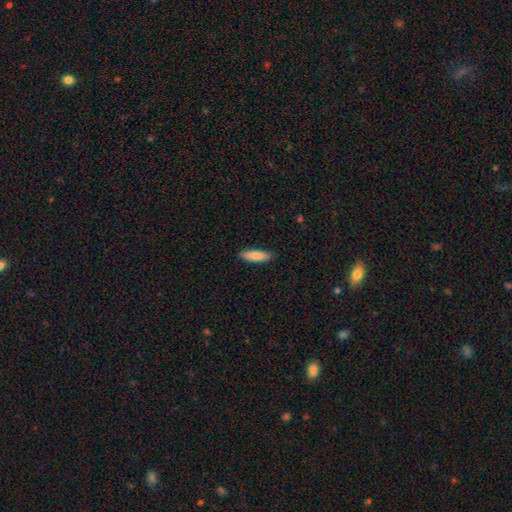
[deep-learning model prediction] Overall: smooth (85%). How rounded: cigar-shaped (50%; in between 48%). Merging: none (88%).